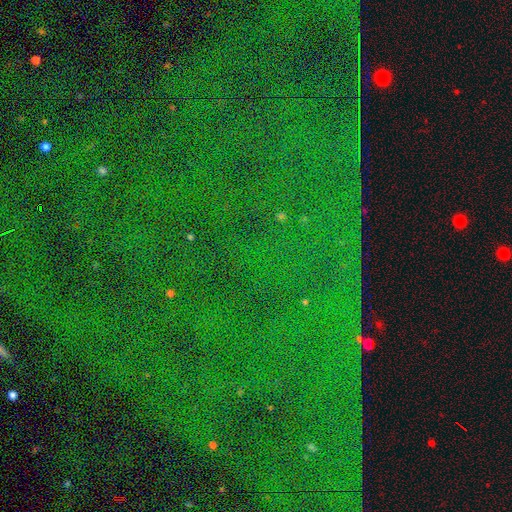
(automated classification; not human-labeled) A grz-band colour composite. It shows a star or artifact, not a galaxy (86%).